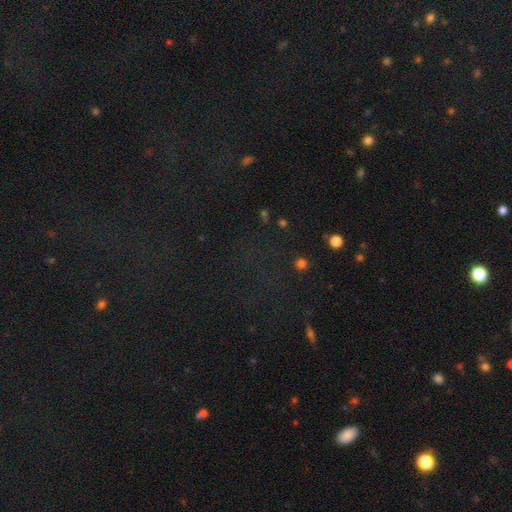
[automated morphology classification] A star or artifact, not a galaxy (71%).